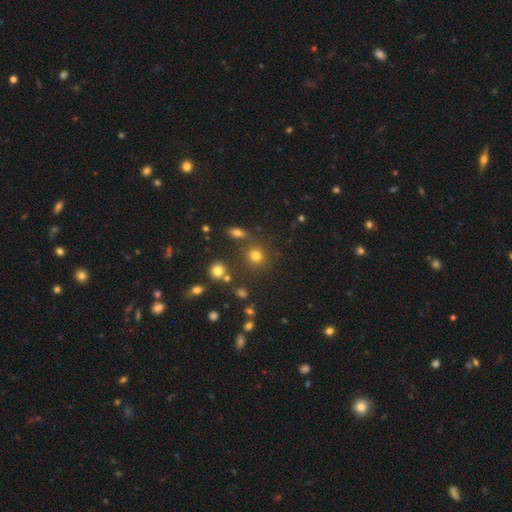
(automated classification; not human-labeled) Overall: smooth (75%). How rounded: round (88%). Merging: none (79%).